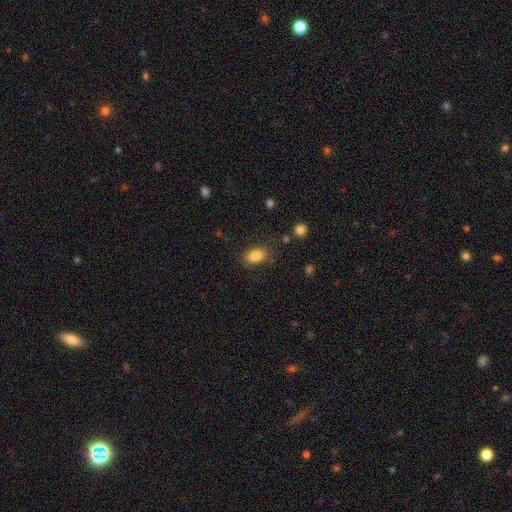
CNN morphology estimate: Smooth or featured? Predicted: smooth (p=0.85). How rounded? Predicted: in between (p=0.88). Merging? Predicted: none (p=0.77).